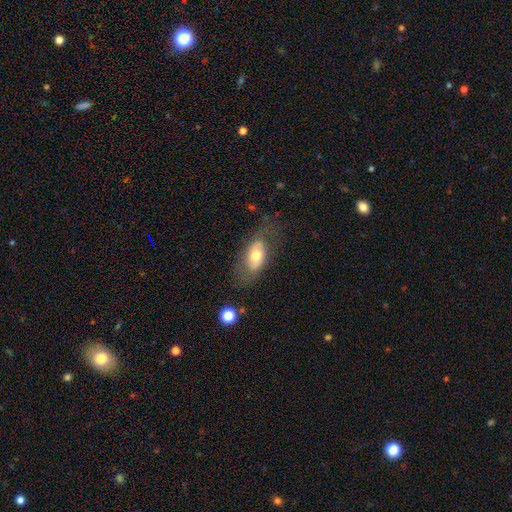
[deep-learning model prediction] A smooth galaxy with no disk features (59%) that is in between round and cigar-shaped (89%). Merging: none (62%).